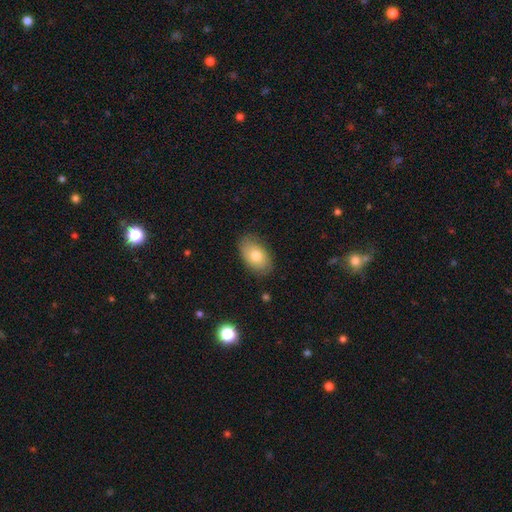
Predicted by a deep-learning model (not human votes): Overall: smooth (74%). How rounded: in between (91%). Merging: none (82%).